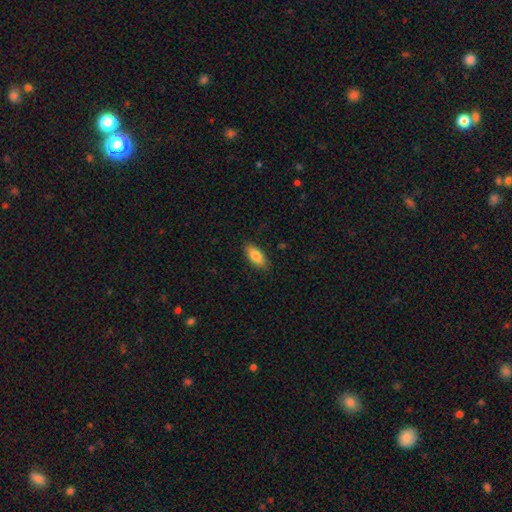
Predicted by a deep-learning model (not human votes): Smooth or featured? smooth (84%)
How rounded? in between (87%)
Merging? none (86%)